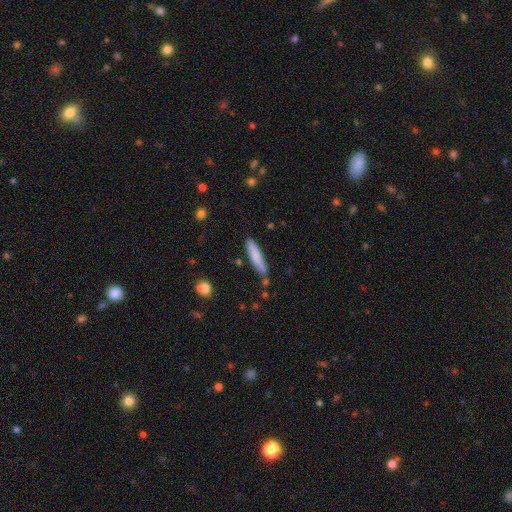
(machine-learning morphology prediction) This appears to be a smooth galaxy with no disk features (78%) that is cigar-shaped (87%). Merging: none (77%).